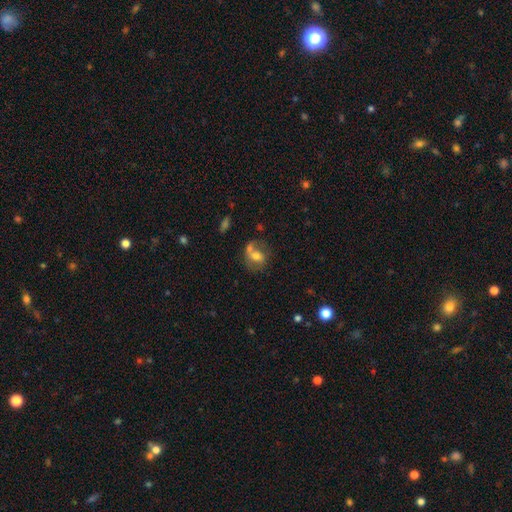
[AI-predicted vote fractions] This appears to be a smooth galaxy with no disk features (58%) that is round (50%). Merging: none (40%).